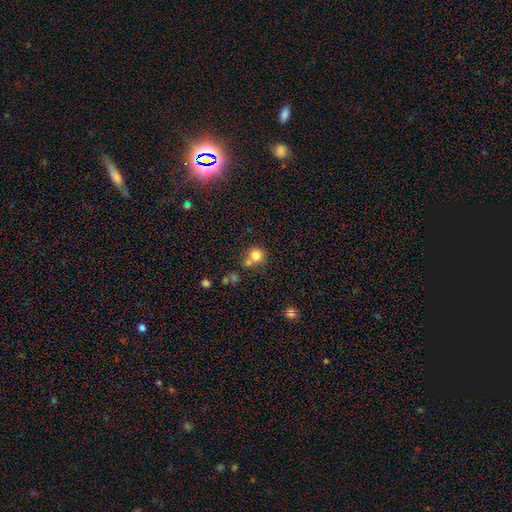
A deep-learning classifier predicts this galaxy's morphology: A smooth galaxy with no disk features (79%) that is round (88%).

Vote fractions:
- Smooth or featured? smooth: 79% / star or artifact: 12% / featured or disk: 9%
- How rounded? round: 88% / in between: 11% / cigar-shaped: 1%
- Merging? none: 54% / merger: 33% / minor disturbance: 9% / major disturbance: 4%